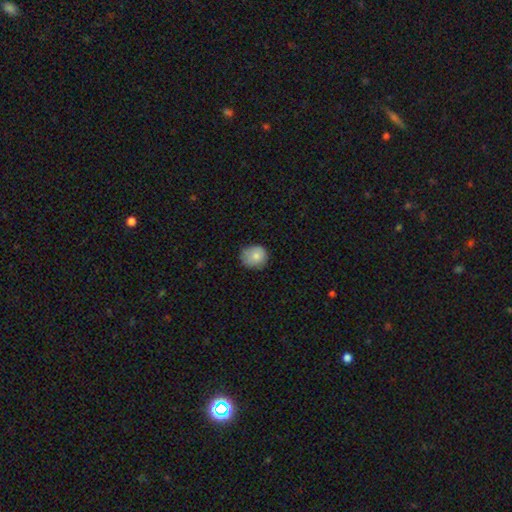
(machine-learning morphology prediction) type=smooth (81%); roundness=round (81%); merging=none (70%).